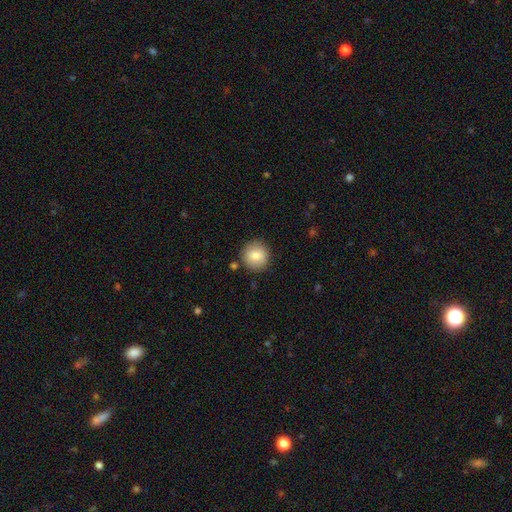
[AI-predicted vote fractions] Smooth or featured? Predicted: smooth (p=0.82). How rounded? Predicted: round (p=0.93). Merging? Predicted: none (p=0.87).